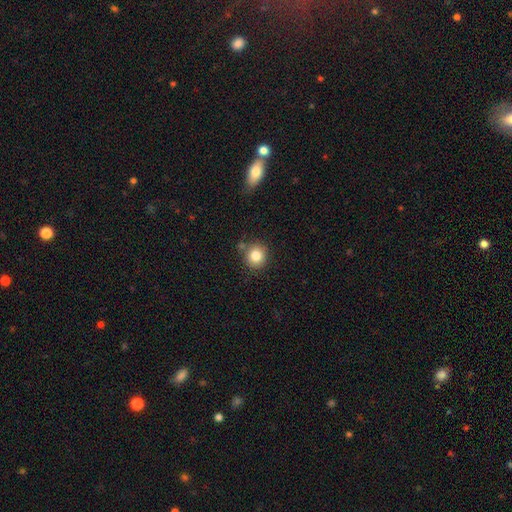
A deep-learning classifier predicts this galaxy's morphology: Smooth or featured: smooth — 83% (star or artifact — 10%)
How rounded: round — 89% (in between — 10%)
Merging: none — 79% (minor disturbance — 11%)